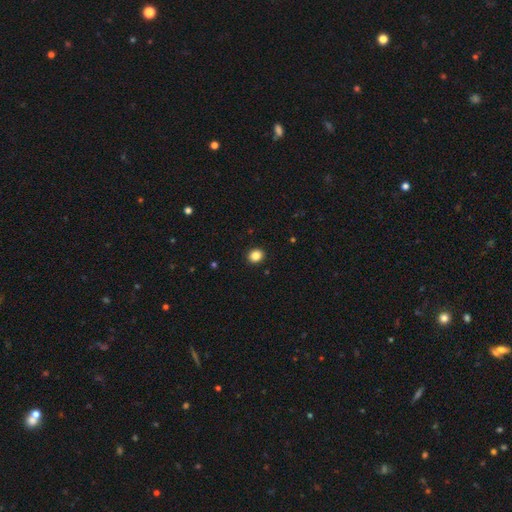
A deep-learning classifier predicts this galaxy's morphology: This is clearly a smooth galaxy (85%). How rounded: likely round (76%). Merging: clearly none (92%).